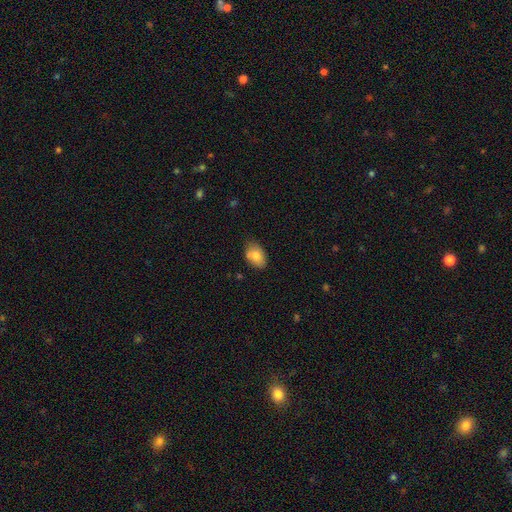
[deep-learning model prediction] smooth_or_featured: smooth (p=0.78) [alt: featured or disk p=0.14]
how_rounded: in between (p=0.87) [alt: round p=0.12]
merging: none (p=0.69) [alt: minor disturbance p=0.20]